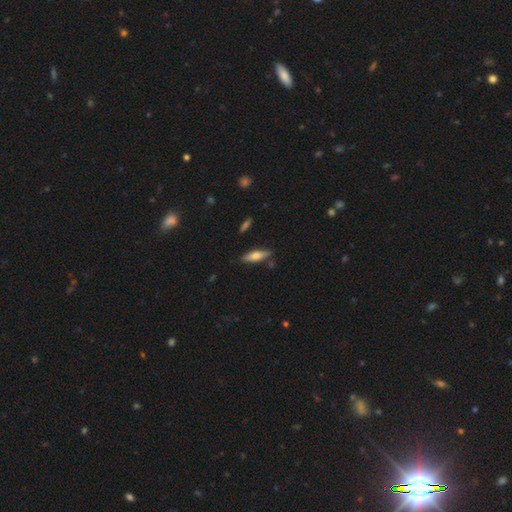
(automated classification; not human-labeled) The model was most divided on "how rounded": cigar-shaped: 54%, in between: 44%, round: 2%. More confident: merging — none (82%); smooth or featured — smooth (62%).